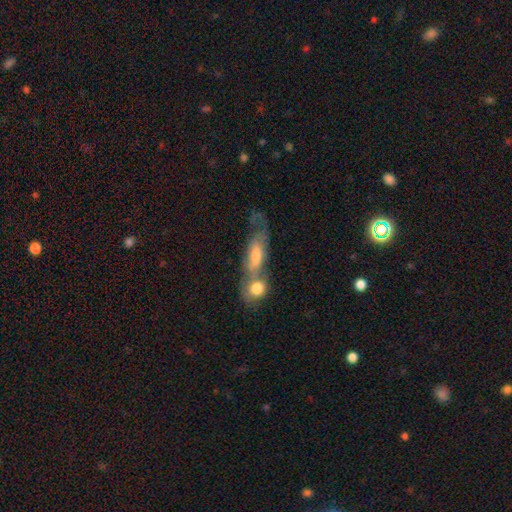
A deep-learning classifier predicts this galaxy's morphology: Smooth or featured? smooth (50%)
How rounded? in between (61%)
Merging? merger (59%)